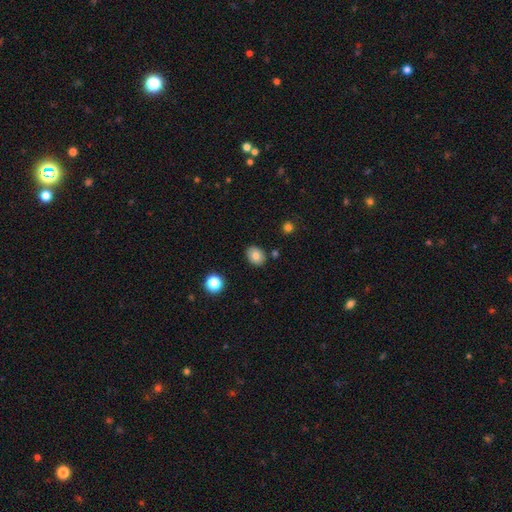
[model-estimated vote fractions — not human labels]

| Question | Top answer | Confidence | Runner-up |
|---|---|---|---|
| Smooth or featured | smooth | 79% | featured or disk (11%) |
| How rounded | in between | 54% | round (46%) |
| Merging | none | 85% | minor disturbance (9%) |